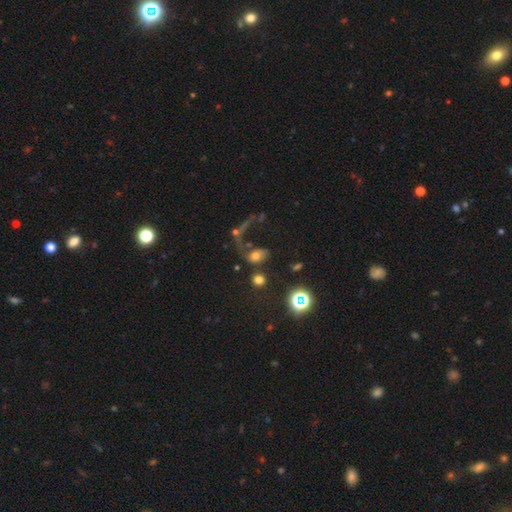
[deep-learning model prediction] smooth 61%, featured or disk 21%, star or artifact 18%. Down the decision tree: how rounded — in between (58%); merging — none (32%).